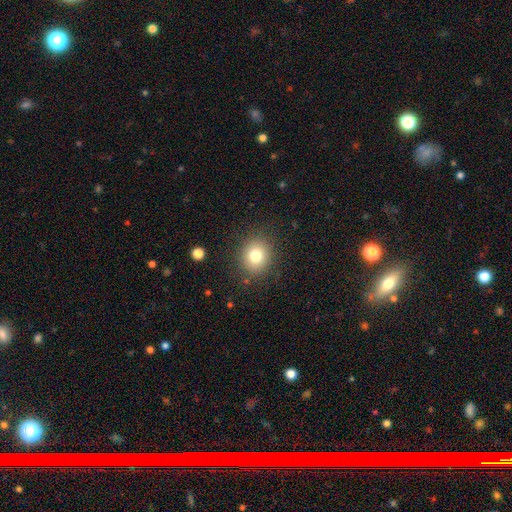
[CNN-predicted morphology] A smooth galaxy with no disk features (79%) that is round (76%).

Vote fractions:
- Smooth or featured? smooth: 79% / star or artifact: 12% / featured or disk: 9%
- How rounded? round: 76% / in between: 24% / cigar-shaped: 1%
- Merging? none: 87% / minor disturbance: 8% / major disturbance: 3% / merger: 1%